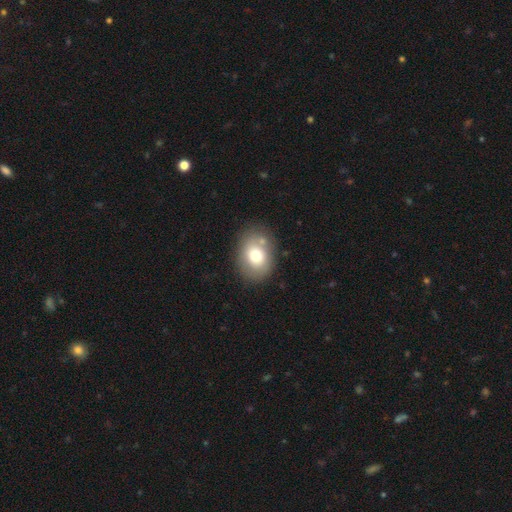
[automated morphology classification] Overall: smooth (70%). How rounded: in between (64%; round 35%). Merging: none (72%).